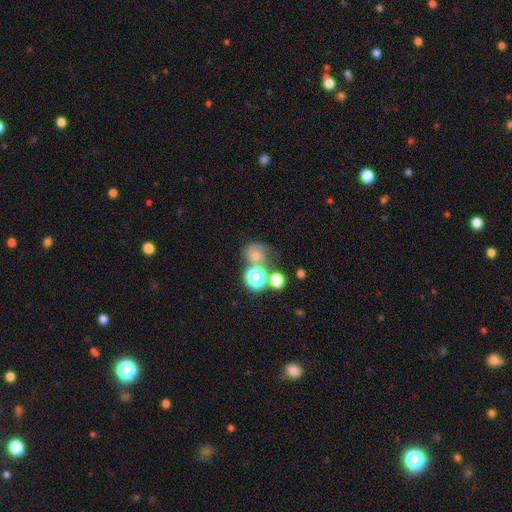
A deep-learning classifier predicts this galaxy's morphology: Smooth or featured? smooth (57%)
How rounded? round (70%)
Merging? none (43%)